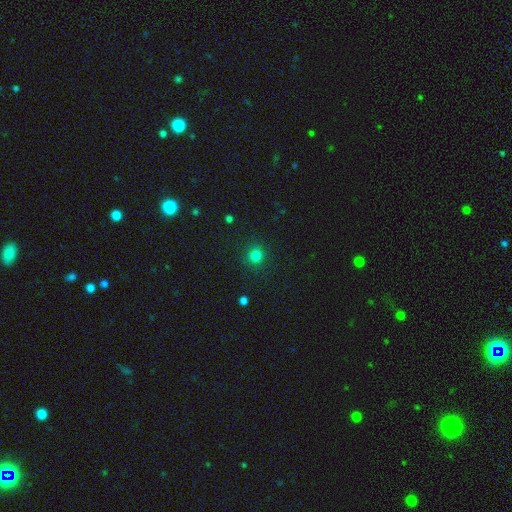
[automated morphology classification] A smooth galaxy with no disk features (81%) that is round (92%).

Vote fractions:
- Smooth or featured? smooth: 81% / star or artifact: 15% / featured or disk: 4%
- How rounded? round: 92% / in between: 7% / cigar-shaped: 1%
- Merging? none: 90% / minor disturbance: 6% / major disturbance: 3% / merger: 1%